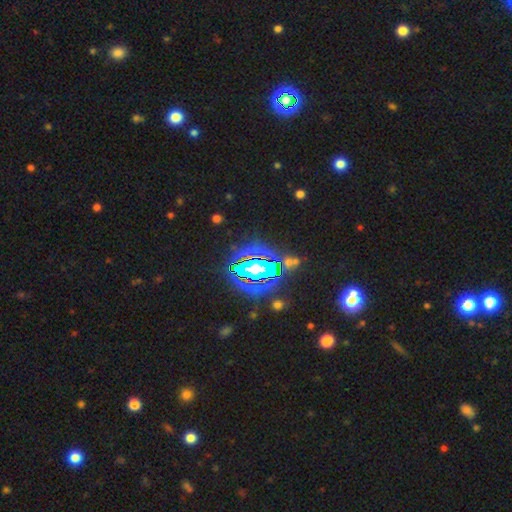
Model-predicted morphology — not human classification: star or artifact 66%, smooth 18%, featured or disk 16%.